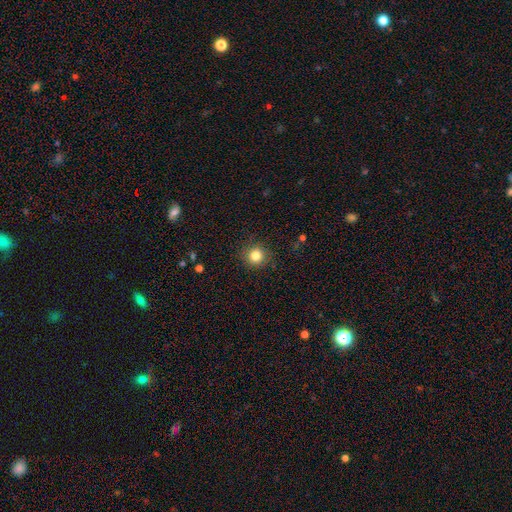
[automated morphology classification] Smooth or featured?
  - smooth: 82% *
  - star or artifact: 12%
  - featured or disk: 6%
How rounded?
  - round: 93% *
  - in between: 6%
  - cigar-shaped: 1%
Merging?
  - none: 89% *
  - minor disturbance: 7%
  - major disturbance: 2%
  - merger: 1%